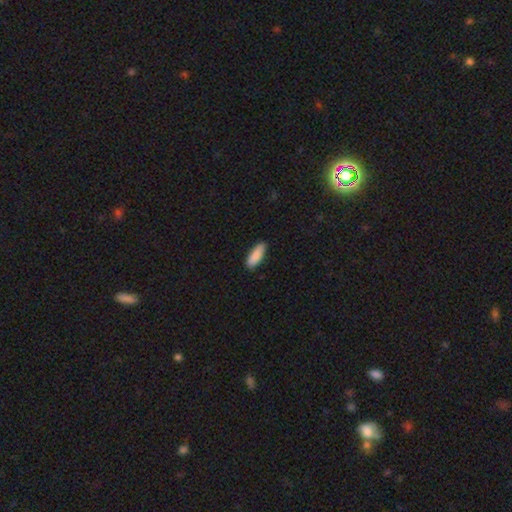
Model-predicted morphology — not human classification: Smooth or featured: smooth — 89% (star or artifact — 6%)
How rounded: in between — 57% (cigar-shaped — 41%)
Merging: none — 86% (minor disturbance — 11%)